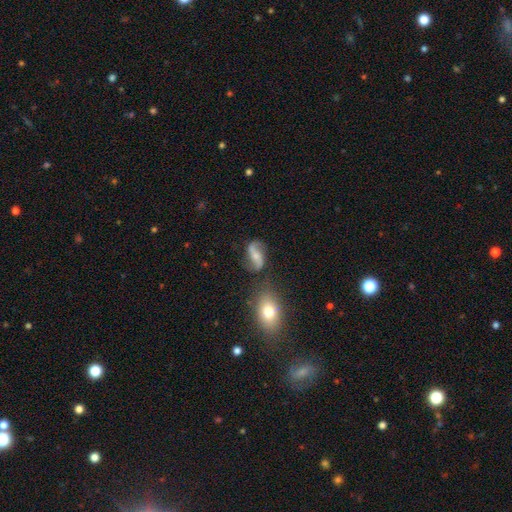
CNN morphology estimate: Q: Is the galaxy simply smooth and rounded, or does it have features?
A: featured or disk — 69%.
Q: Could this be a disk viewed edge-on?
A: no — 95%.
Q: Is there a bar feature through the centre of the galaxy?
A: no — 38%.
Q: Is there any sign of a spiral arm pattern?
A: yes — 91%.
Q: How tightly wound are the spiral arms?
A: loose — 71%.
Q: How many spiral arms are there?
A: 2 — 91%.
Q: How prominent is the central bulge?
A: small — 48%.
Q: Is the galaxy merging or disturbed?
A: none — 63%.